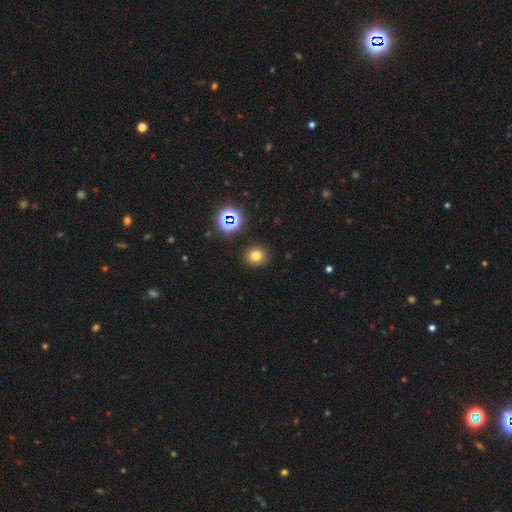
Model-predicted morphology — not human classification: type=smooth (75%); roundness=round (87%); merging=none (90%).